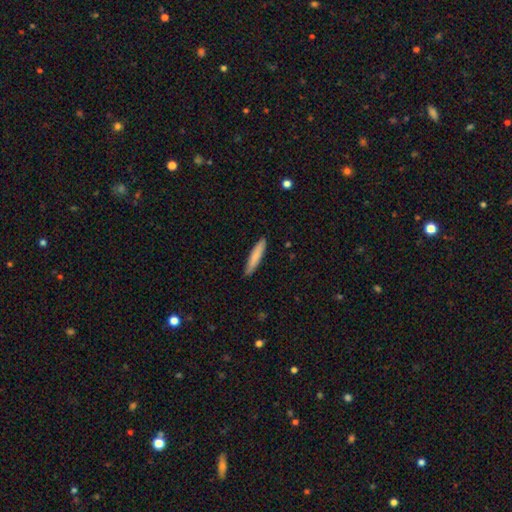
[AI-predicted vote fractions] smooth_or_featured: smooth (p=0.81) [alt: featured or disk p=0.13]
how_rounded: cigar-shaped (p=0.91) [alt: in between p=0.08]
merging: none (p=0.88) [alt: minor disturbance p=0.10]